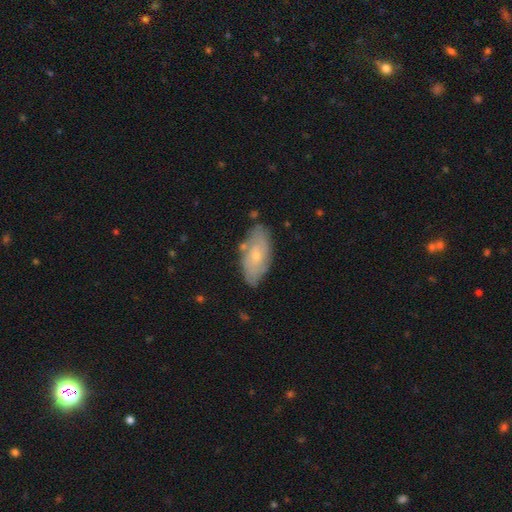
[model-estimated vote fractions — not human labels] The model was most divided on "smooth or featured": featured or disk: 52%, smooth: 41%, star or artifact: 7%. More confident: edge-on disk — no (90%); merging — none (74%).